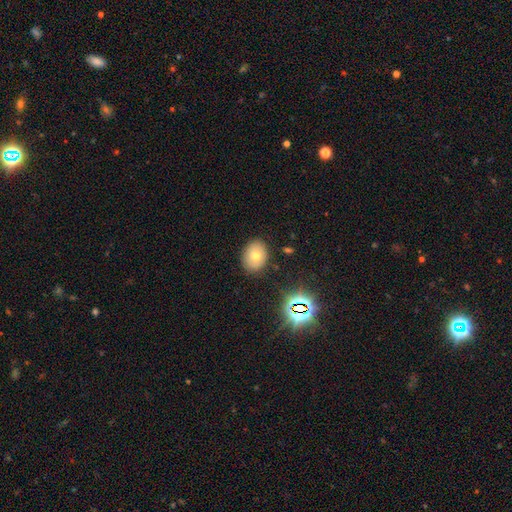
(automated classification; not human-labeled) This appears to be a smooth galaxy with no disk features (67%) that is in between round and cigar-shaped (61%). Merging: none (85%).